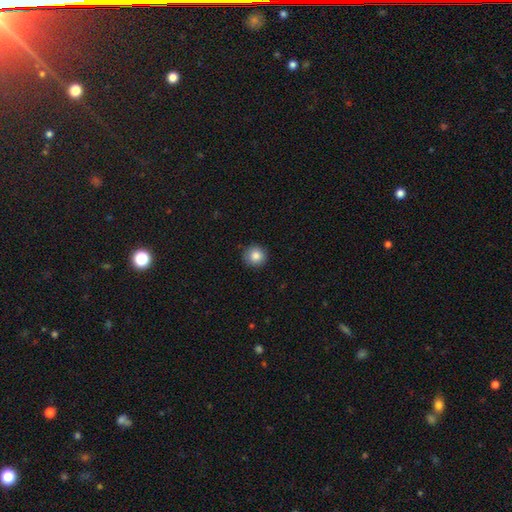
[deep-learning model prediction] Smooth or featured? smooth (85%)
How rounded? round (94%)
Merging? none (90%)